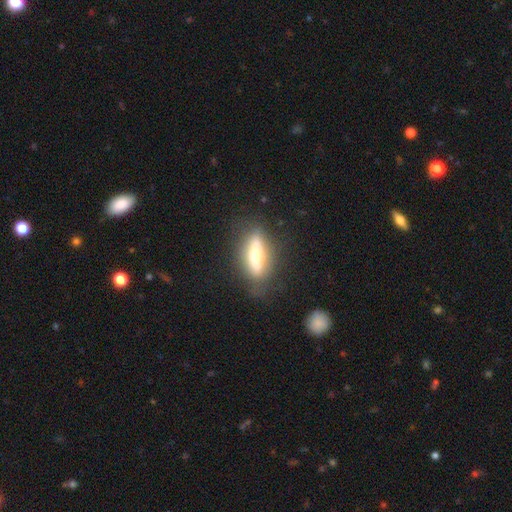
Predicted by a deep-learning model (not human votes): This appears to be a featured or disk galaxy (47%). Merging: none (75%).